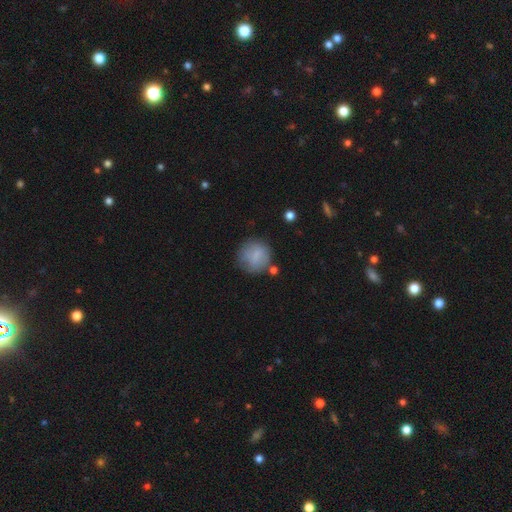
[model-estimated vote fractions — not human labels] smooth_or_featured: smooth (p=0.76) [alt: featured or disk p=0.16]
how_rounded: round (p=0.90) [alt: in between p=0.09]
merging: none (p=0.68) [alt: minor disturbance p=0.19]